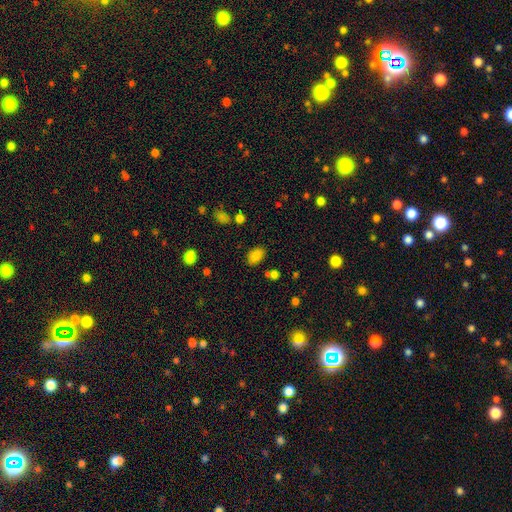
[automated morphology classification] This appears to be a smooth galaxy with no disk features (83%) that is in between round and cigar-shaped (86%). Merging: none (78%).